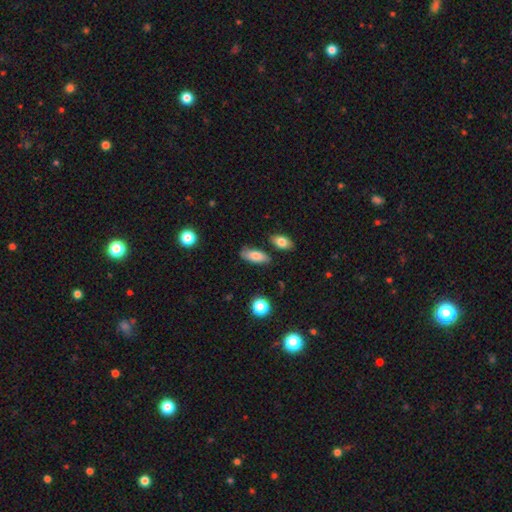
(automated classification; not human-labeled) Smooth or featured? smooth (78%)
How rounded? in between (81%)
Merging? none (77%)